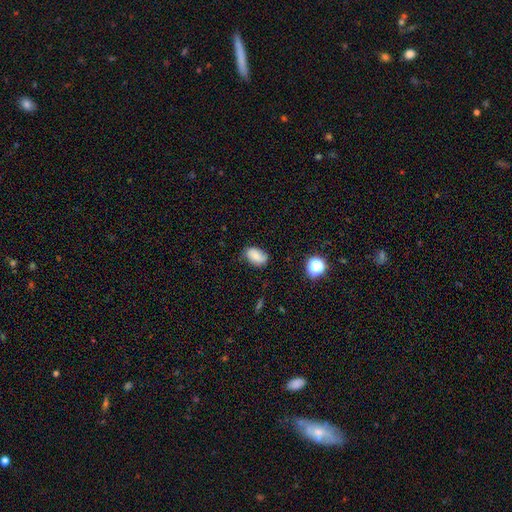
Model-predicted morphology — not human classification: type=smooth (78%); roundness=in between (87%); merging=none (70%).